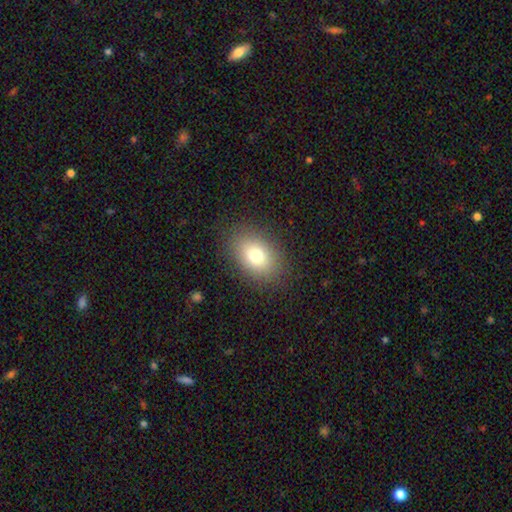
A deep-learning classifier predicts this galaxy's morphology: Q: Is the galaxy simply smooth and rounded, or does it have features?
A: smooth — 76%.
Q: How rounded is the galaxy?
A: in between — 75%.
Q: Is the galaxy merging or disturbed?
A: none — 85%.